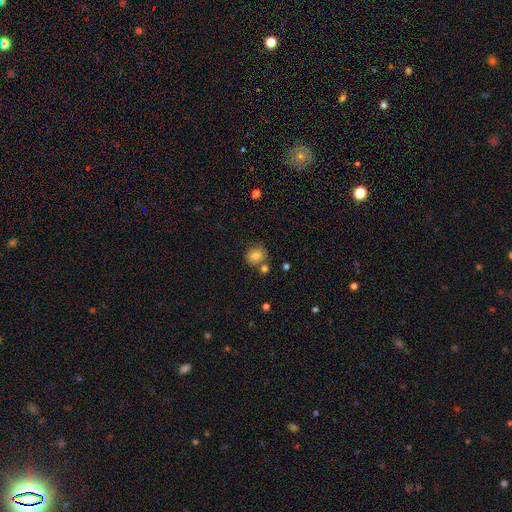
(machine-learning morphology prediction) Smooth or featured? smooth (78%)
How rounded? round (70%)
Merging? none (64%)